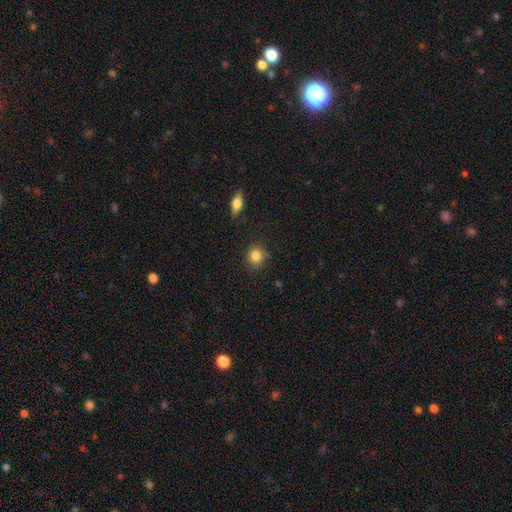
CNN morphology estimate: Smooth or featured?
  - smooth: 85% *
  - star or artifact: 9%
  - featured or disk: 6%
How rounded?
  - round: 84% *
  - in between: 15%
  - cigar-shaped: 1%
Merging?
  - none: 77% *
  - minor disturbance: 17%
  - major disturbance: 4%
  - merger: 2%